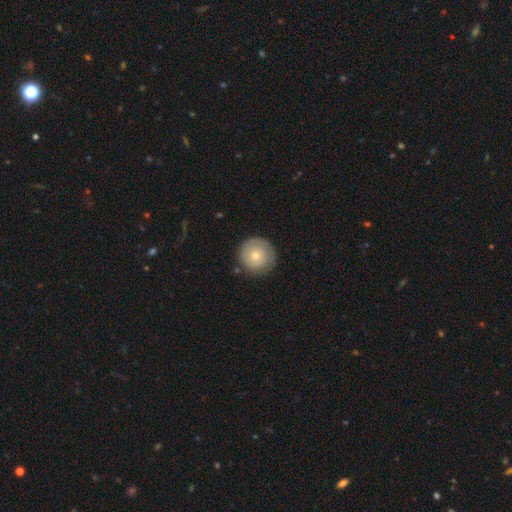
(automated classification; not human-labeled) This appears to be a smooth galaxy with no disk features (73%) that is round (95%). Merging: none (83%).